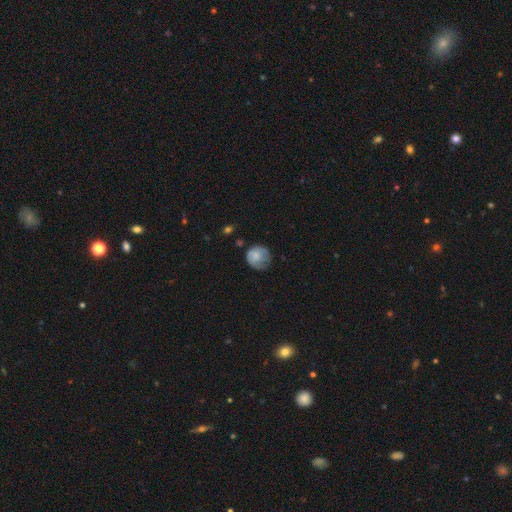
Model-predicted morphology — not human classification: This appears to be a smooth galaxy with no disk features (72%) that is round (84%). Merging: none (53%).